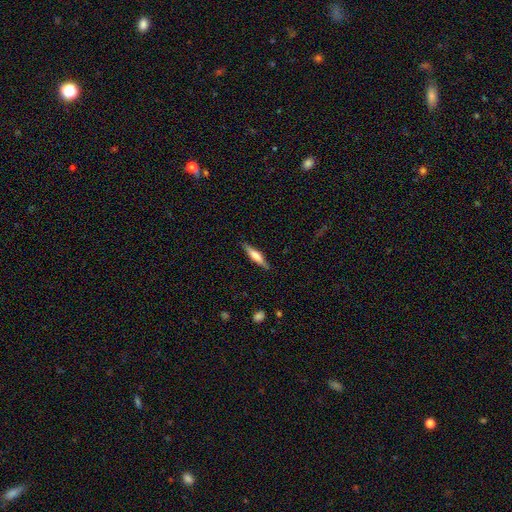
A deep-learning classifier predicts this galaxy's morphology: Smooth or featured? smooth (55%)
How rounded? cigar-shaped (84%)
Merging? none (88%)